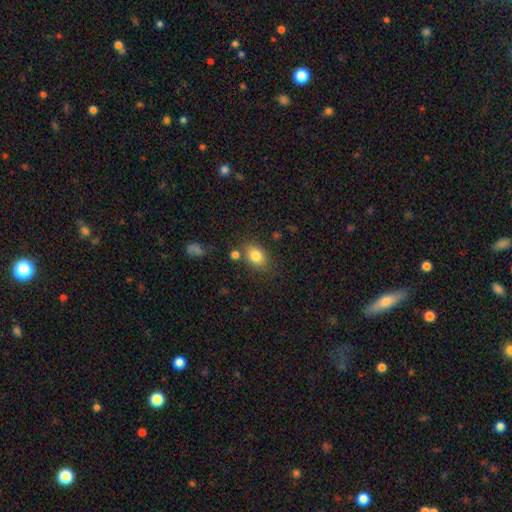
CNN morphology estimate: Smooth or featured? Predicted: smooth (p=0.82). How rounded? Predicted: in between (p=0.73). Merging? Predicted: none (p=0.74).